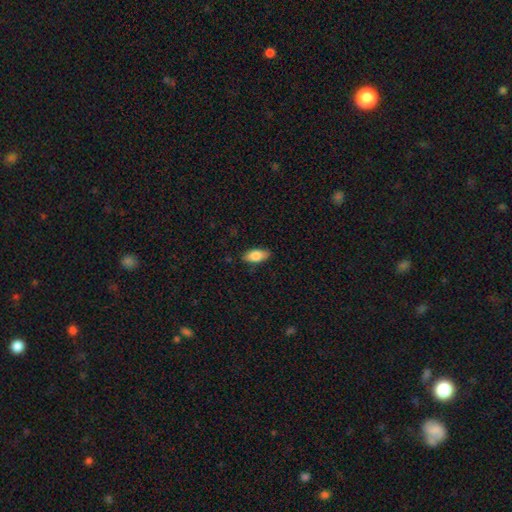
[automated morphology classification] This appears to be a smooth galaxy with no disk features (79%) that is in between round and cigar-shaped (86%). Merging: none (85%).